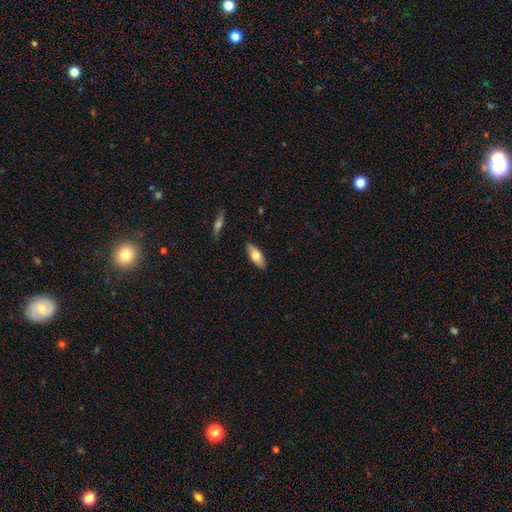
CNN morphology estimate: This appears to be a smooth galaxy with no disk features (70%) that is in between round and cigar-shaped (76%). Merging: none (88%).